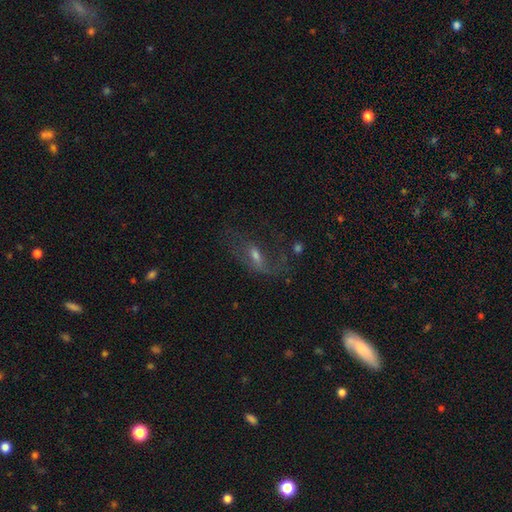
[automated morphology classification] This is likely a featured or disk galaxy (60%). It is clearly not viewed edge-on (87%). Bar: marginally weak (45%). Spiral arm pattern: likely yes (70%). Central bulge: possibly moderate (48%). Merging: possibly none (46%).